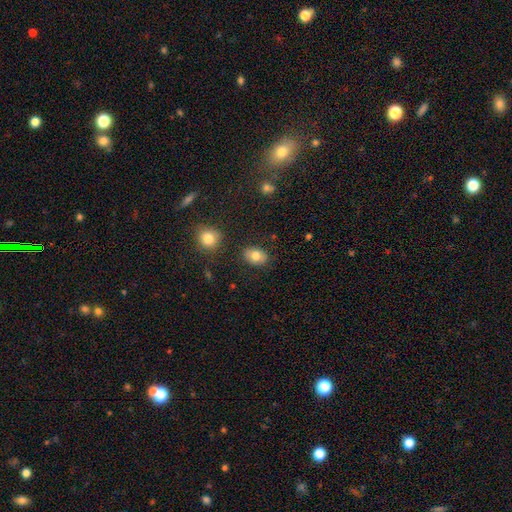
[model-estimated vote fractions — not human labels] A smooth galaxy with no disk features (79%) that is in between round and cigar-shaped (74%).

Vote fractions:
- Smooth or featured? smooth: 79% / featured or disk: 13% / star or artifact: 8%
- How rounded? in between: 74% / round: 25% / cigar-shaped: 1%
- Merging? none: 85% / minor disturbance: 10% / major disturbance: 2% / merger: 2%